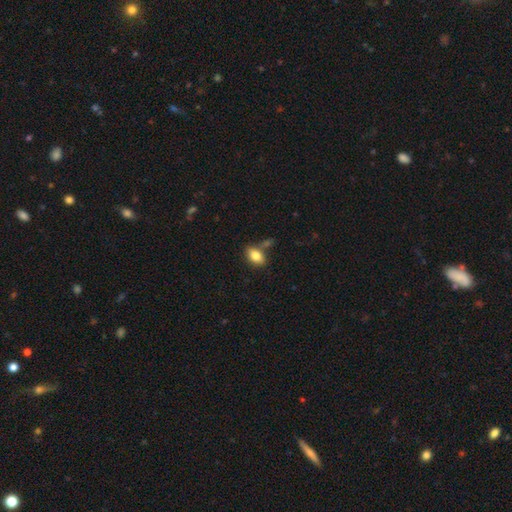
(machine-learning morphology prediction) This appears to be a smooth galaxy with no disk features (84%) that is in between round and cigar-shaped (88%). Merging: none (69%).